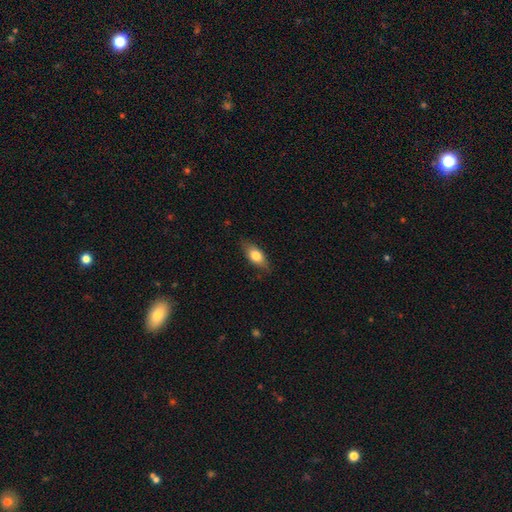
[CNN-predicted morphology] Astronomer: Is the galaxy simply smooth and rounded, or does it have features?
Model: smooth — 75%.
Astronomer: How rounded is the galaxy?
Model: in between — 82%.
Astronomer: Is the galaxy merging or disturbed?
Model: none — 78%.